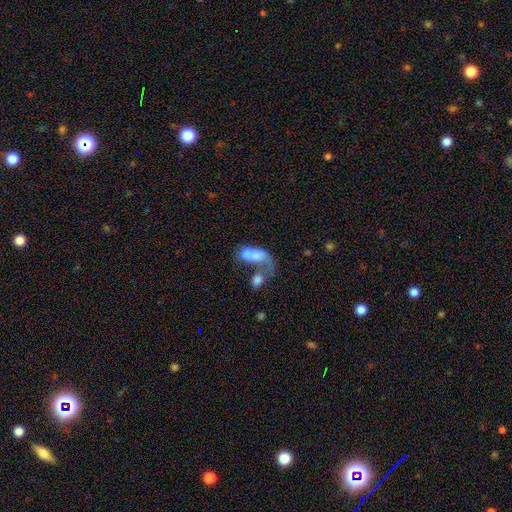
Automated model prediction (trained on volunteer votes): Q: Smooth or featured?
A: smooth (56%); runner-up: featured or disk (35%)
Q: How rounded?
A: in between (81%); runner-up: round (14%)
Q: Merging?
A: merger (68%); runner-up: major disturbance (17%)